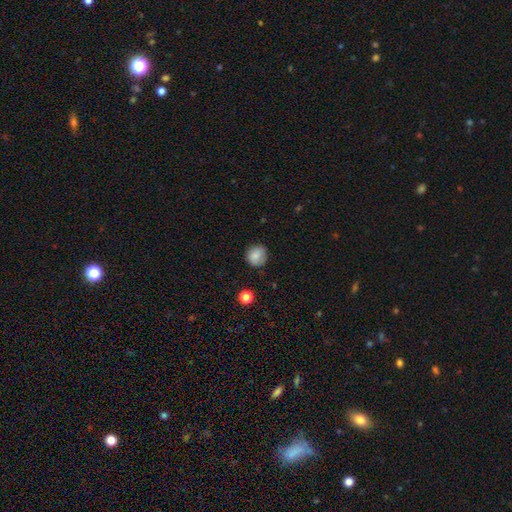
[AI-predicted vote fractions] Q: Smooth or featured?
A: smooth (84%); runner-up: star or artifact (9%)
Q: How rounded?
A: round (85%); runner-up: in between (14%)
Q: Merging?
A: none (78%); runner-up: minor disturbance (17%)